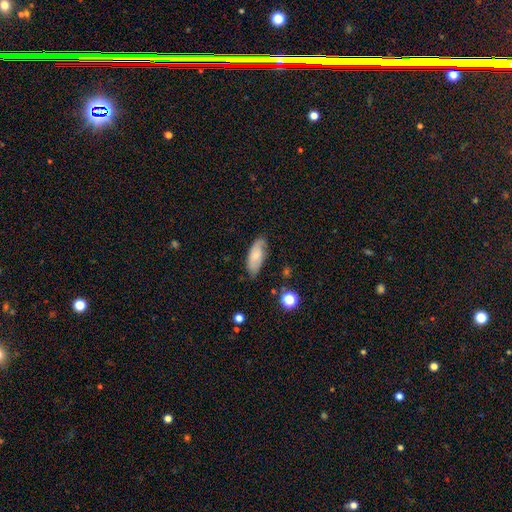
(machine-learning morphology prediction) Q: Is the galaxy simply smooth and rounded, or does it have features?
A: smooth — 62%.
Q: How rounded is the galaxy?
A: in between — 84%.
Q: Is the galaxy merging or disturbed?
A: none — 71%.